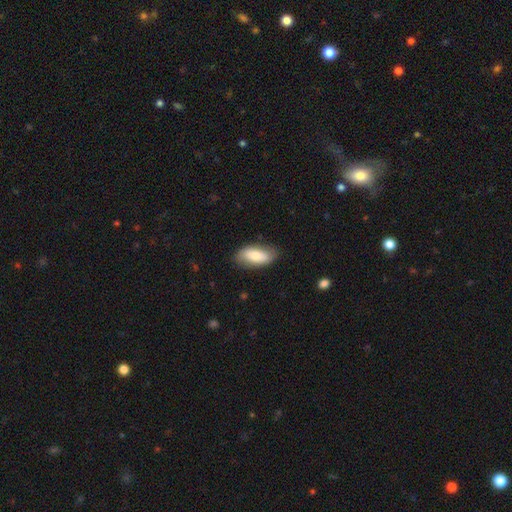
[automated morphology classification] A smooth galaxy with no disk features (71%) that is in between round and cigar-shaped (89%). Merging: none (78%).